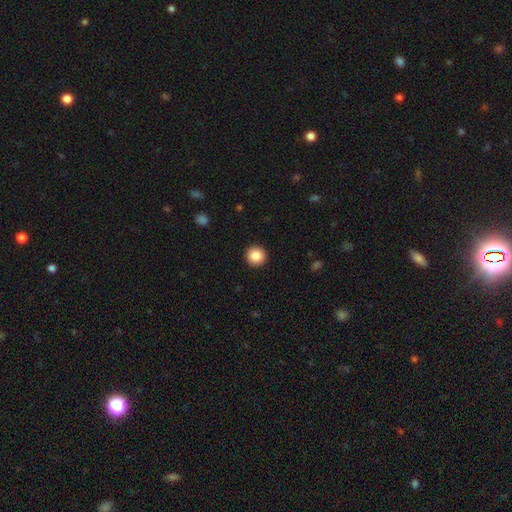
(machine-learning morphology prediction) type=smooth (87%); roundness=round (96%); merging=none (93%).